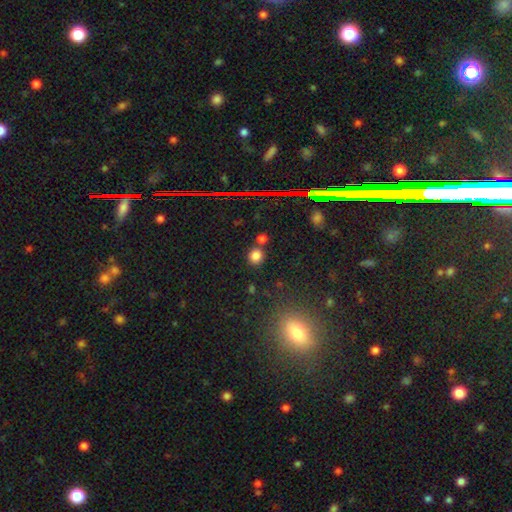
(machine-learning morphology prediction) This is likely a smooth galaxy (79%). How rounded: likely round (80%). Merging: likely none (73%).